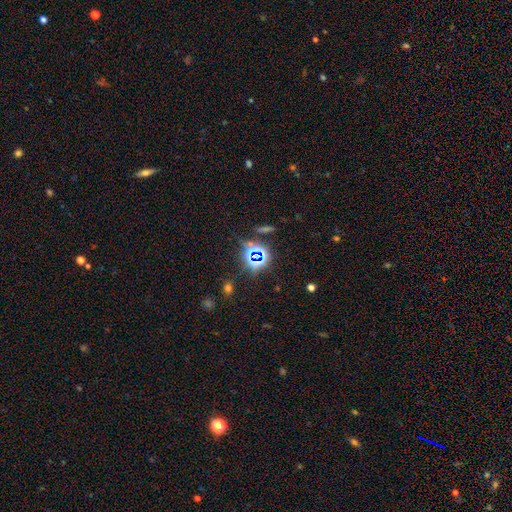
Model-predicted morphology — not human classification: This is likely a star or artifact rather than a galaxy (72%).